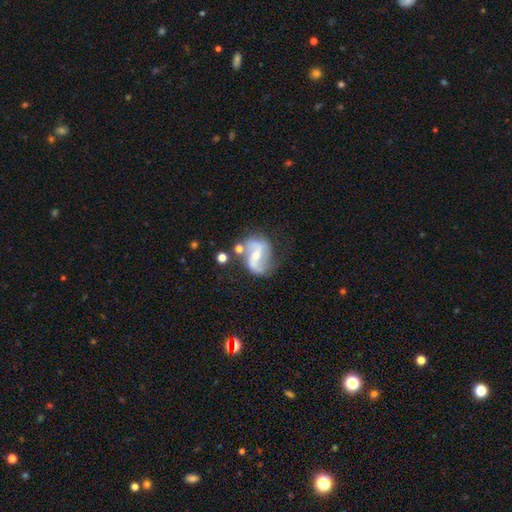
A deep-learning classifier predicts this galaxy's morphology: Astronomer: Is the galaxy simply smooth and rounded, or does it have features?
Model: featured or disk — 83%.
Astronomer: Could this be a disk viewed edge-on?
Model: no — 97%.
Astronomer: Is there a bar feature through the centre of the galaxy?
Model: strong — 38% (runner-up: weak, 36%).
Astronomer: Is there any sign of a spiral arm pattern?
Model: yes — 93%.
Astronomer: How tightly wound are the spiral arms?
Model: loose — 61%.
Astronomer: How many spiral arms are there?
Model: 2 — 90%.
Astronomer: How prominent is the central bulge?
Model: small — 50% (runner-up: moderate, 45%).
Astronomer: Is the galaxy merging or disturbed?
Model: none — 63%.